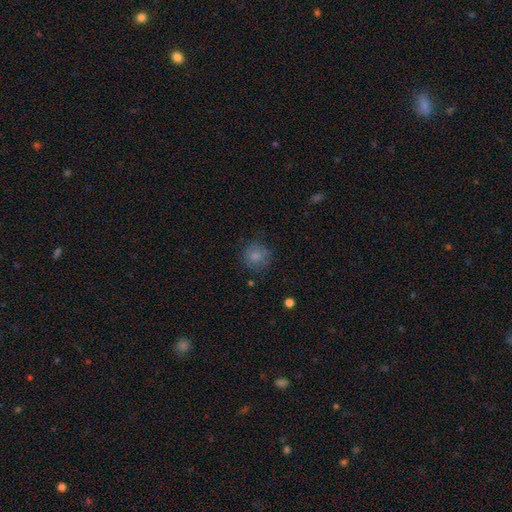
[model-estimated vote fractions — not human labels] Smooth or featured: smooth — 79% (featured or disk — 11%)
How rounded: round — 90% (in between — 10%)
Merging: none — 76% (minor disturbance — 16%)